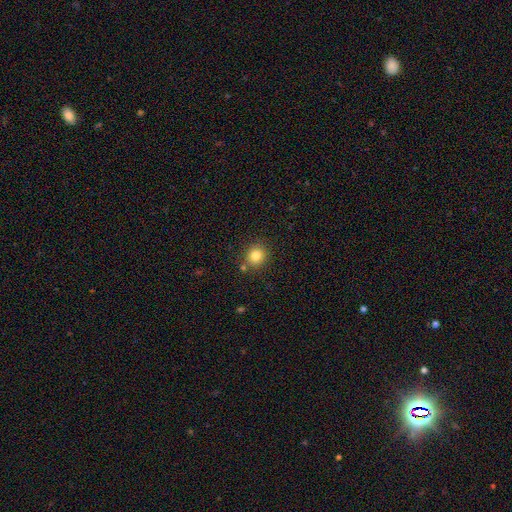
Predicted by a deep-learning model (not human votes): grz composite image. It shows a smooth galaxy with no disk features (82%) that is round (85%). Merging: none (82%).